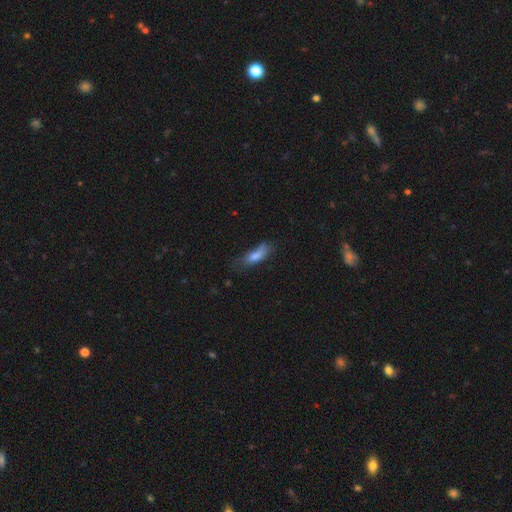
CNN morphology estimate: This appears to be a smooth galaxy with no disk features (71%) that is in between round and cigar-shaped (56%). Merging: none (48%).